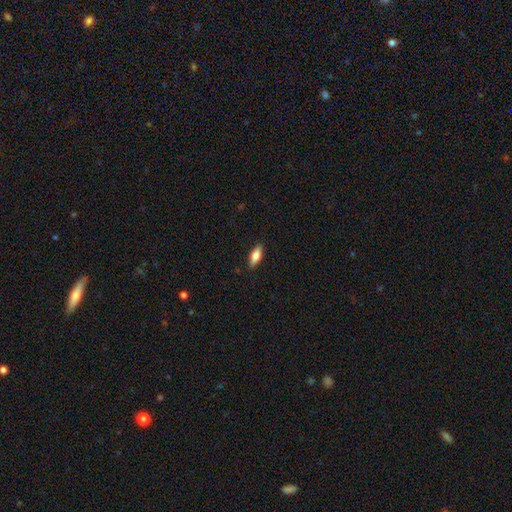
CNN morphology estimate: Overall: smooth (75%). How rounded: in between (71%). Merging: none (89%).